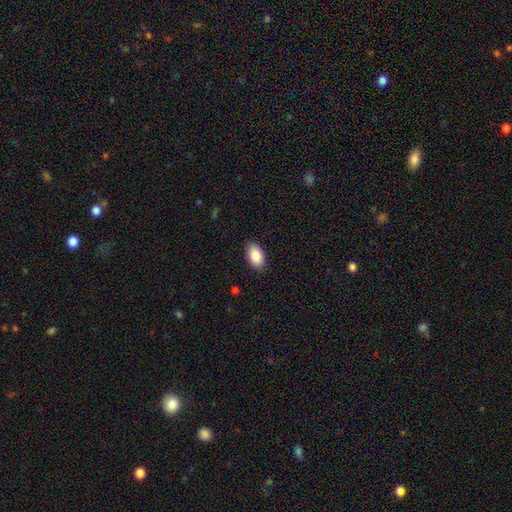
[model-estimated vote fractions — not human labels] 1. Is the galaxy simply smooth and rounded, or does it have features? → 89% smooth, 7% star or artifact, 4% featured or disk.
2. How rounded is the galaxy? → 94% in between, 4% round, 2% cigar-shaped.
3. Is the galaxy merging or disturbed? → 87% none, 10% minor disturbance, 2% major disturbance, 1% merger.